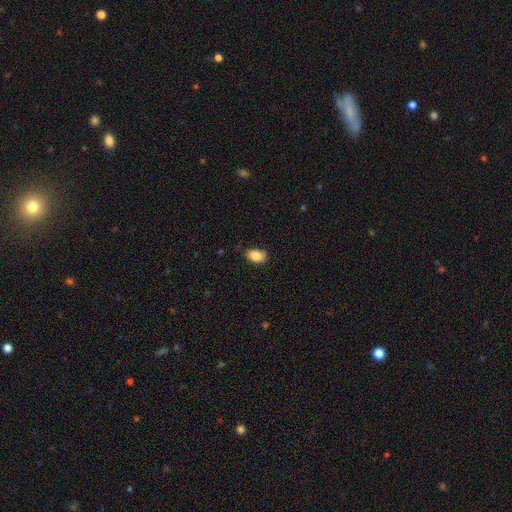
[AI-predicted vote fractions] Smooth or featured? smooth (85%)
How rounded? in between (85%)
Merging? none (74%)